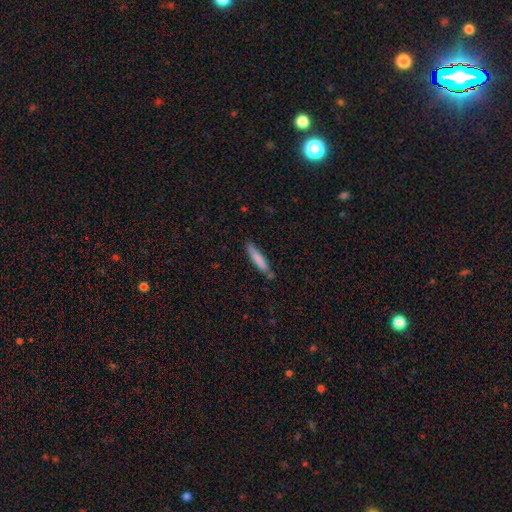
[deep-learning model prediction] smooth 79%, featured or disk 15%, star or artifact 6%. Down the decision tree: how rounded — cigar-shaped (90%); merging — none (78%).